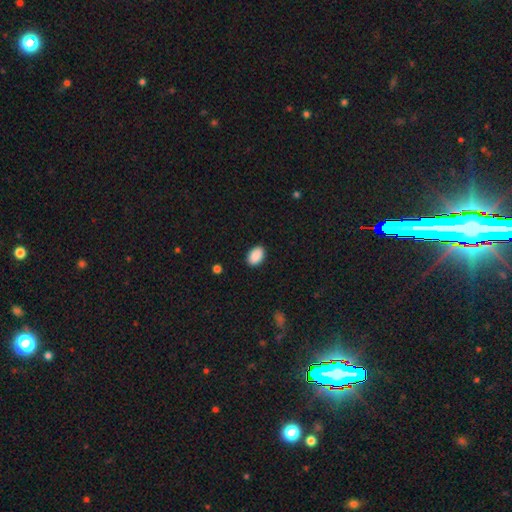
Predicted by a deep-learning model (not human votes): A smooth galaxy with no disk features (91%) that is in between round and cigar-shaped (90%). Merging: none (89%).